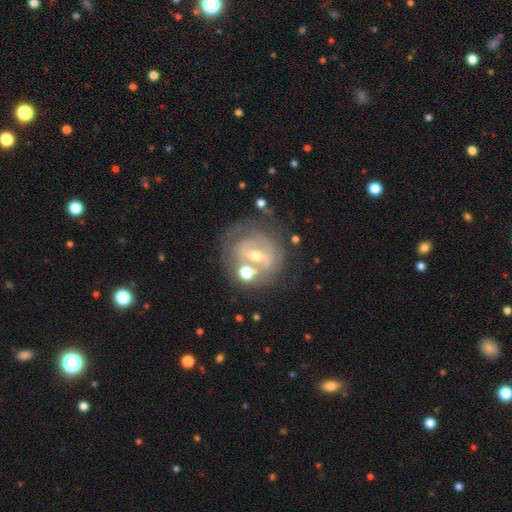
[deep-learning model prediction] Overall: featured or disk (76%). Edge-on disk: no (95%). Bar: strong (43%; weak 37%). Spiral arms: yes (60%; no 40%). Bulge size: moderate (54%; small 41%). Merging: none (59%).